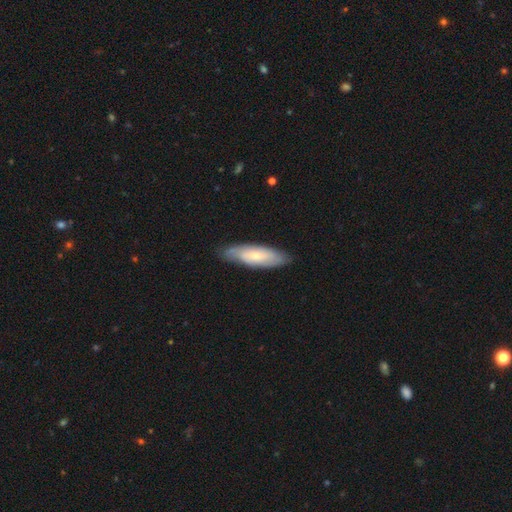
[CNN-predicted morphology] A smooth galaxy with no disk features (50%).

Vote fractions:
- Smooth or featured? smooth: 50% / featured or disk: 45% / star or artifact: 6%
- Merging? none: 80% / minor disturbance: 16% / major disturbance: 3% / merger: 1%